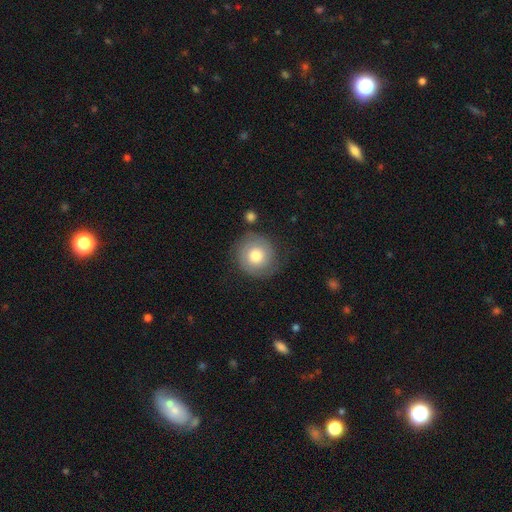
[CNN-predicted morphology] Overall: smooth (51%; featured or disk 42%). How rounded: round (92%). Merging: none (76%).